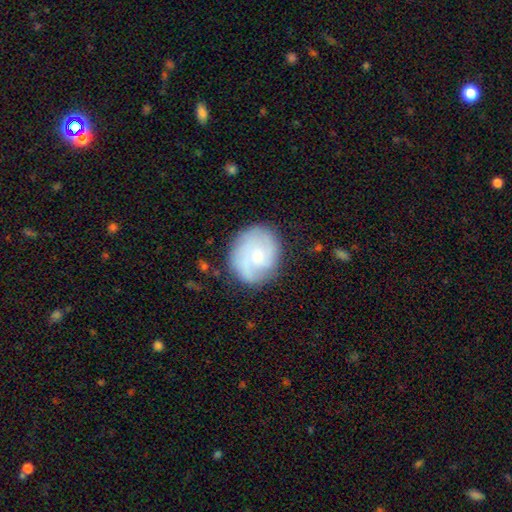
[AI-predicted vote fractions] A featured or disk galaxy (59%) with no bar (68%), 2 (36%) tight (42%) spiral arms (88%) and a small central bulge (49%). Merging: none (74%).